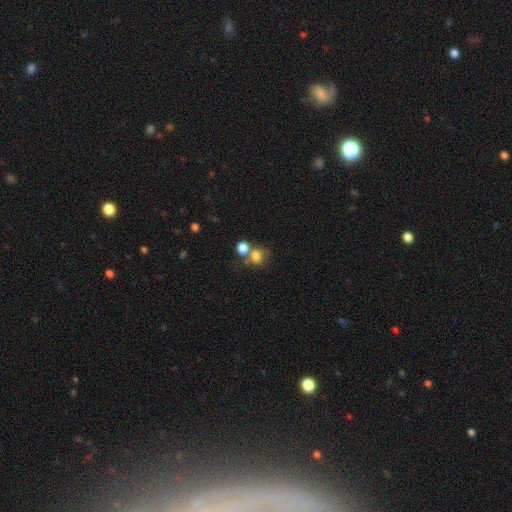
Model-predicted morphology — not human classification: smooth 77%, star or artifact 13%, featured or disk 10%. Down the decision tree: how rounded — round (73%); merging — none (45%).